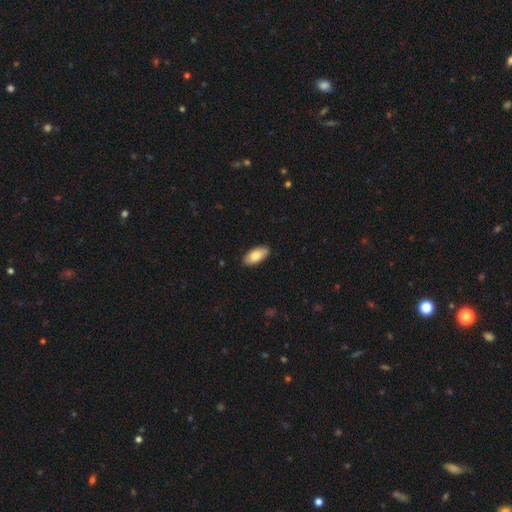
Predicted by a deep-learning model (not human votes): Smooth or featured: smooth — 81% (featured or disk — 13%)
How rounded: in between — 90% (cigar-shaped — 8%)
Merging: none — 88% (minor disturbance — 9%)